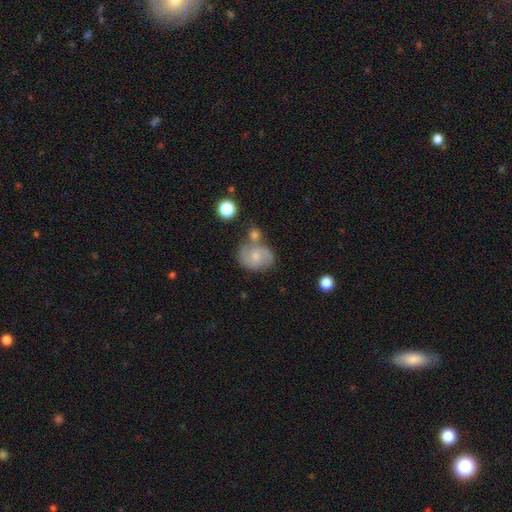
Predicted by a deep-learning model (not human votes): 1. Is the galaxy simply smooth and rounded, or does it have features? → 61% featured or disk, 31% smooth, 8% star or artifact.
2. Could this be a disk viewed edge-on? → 97% no, 3% yes.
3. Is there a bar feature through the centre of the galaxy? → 66% no, 30% weak, 4% strong.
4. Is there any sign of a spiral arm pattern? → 89% yes, 11% no.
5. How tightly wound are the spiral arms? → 51% medium, 29% tight, 20% loose.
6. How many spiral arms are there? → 82% 2, 9% can't tell, 4% 3, 2% 1, 1% 4, 1% more than 4.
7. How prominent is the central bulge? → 45% moderate, 43% small, 7% none, 4% large, 1% dominant.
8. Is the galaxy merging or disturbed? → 52% none, 22% merger, 19% minor disturbance, 7% major disturbance.